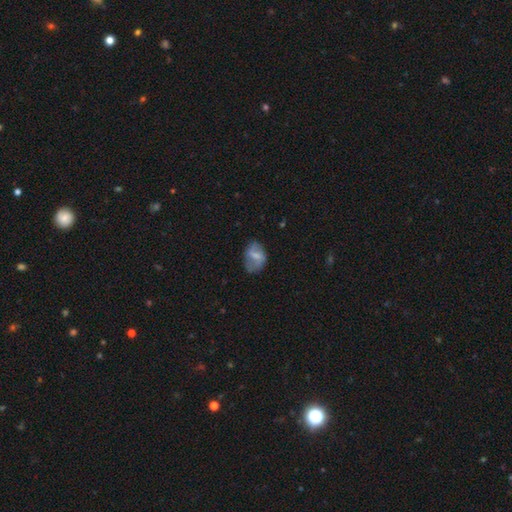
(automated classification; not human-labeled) This appears to be a smooth galaxy with no disk features (51%) that is in between round and cigar-shaped (76%). Merging: none (55%).